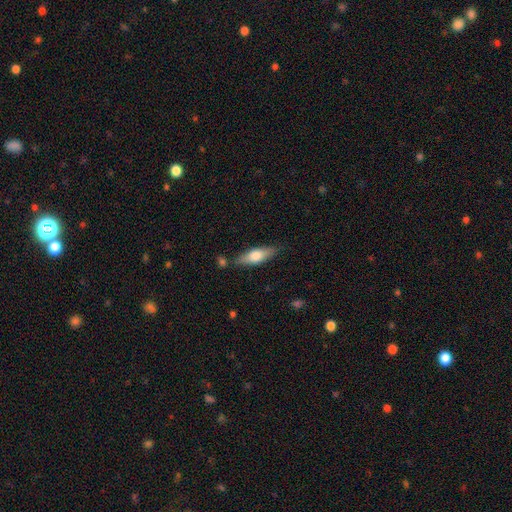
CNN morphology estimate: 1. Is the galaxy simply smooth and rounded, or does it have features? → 58% smooth, 36% featured or disk, 6% star or artifact.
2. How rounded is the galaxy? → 51% in between, 47% cigar-shaped, 2% round.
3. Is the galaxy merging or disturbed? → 78% none, 14% minor disturbance, 5% merger, 3% major disturbance.